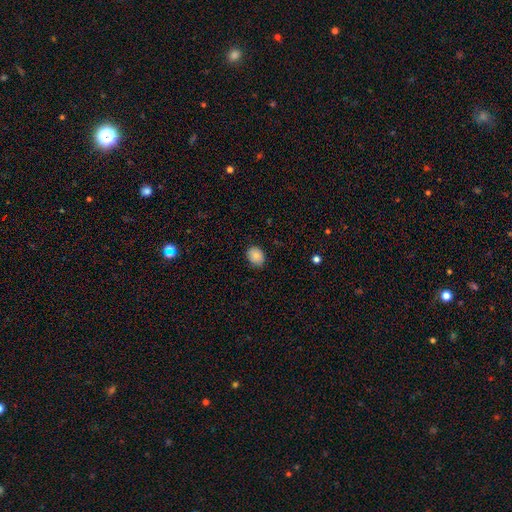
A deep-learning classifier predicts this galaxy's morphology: A smooth galaxy with no disk features (84%) that is in between round and cigar-shaped (55%). Merging: none (81%).